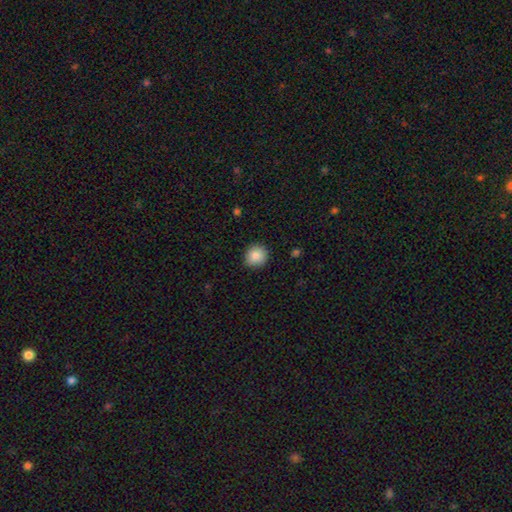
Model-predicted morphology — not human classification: This appears to be a smooth galaxy with no disk features (88%) that is round (85%). Merging: none (88%).